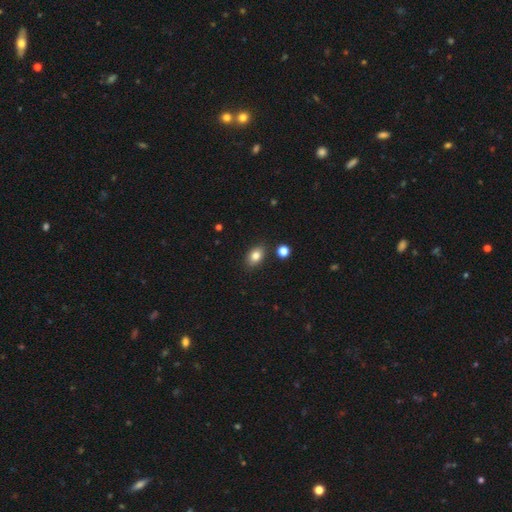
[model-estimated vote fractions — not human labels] This is clearly a smooth galaxy (81%). How rounded: clearly in between (81%). Merging: clearly none (84%).